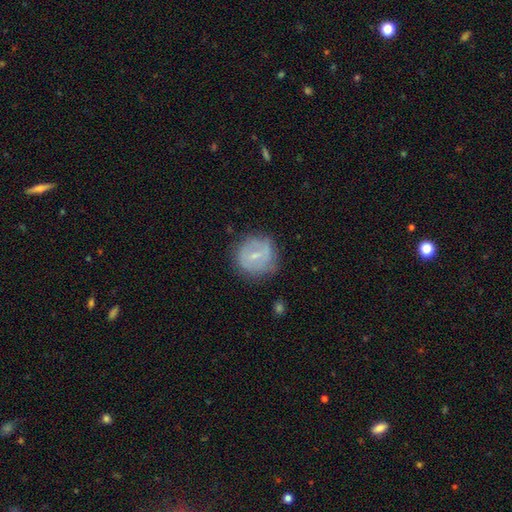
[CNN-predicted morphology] Smooth or featured: featured or disk — 54% (smooth — 38%)
Edge-on disk: no — 96% (yes — 4%)
Bar: weak — 51% (no — 25%)
Spiral arms: no — 53% (yes — 47%)
Bulge size: small — 63% (moderate — 27%)
Merging: none — 72% (minor disturbance — 19%)